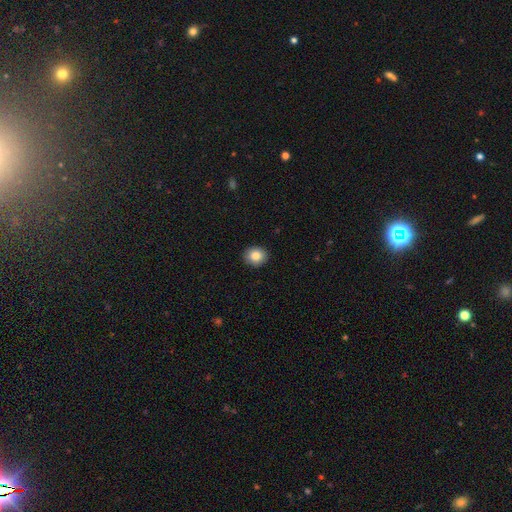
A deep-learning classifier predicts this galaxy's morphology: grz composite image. It shows a smooth galaxy with no disk features (84%) that is round (69%). Merging: none (91%).